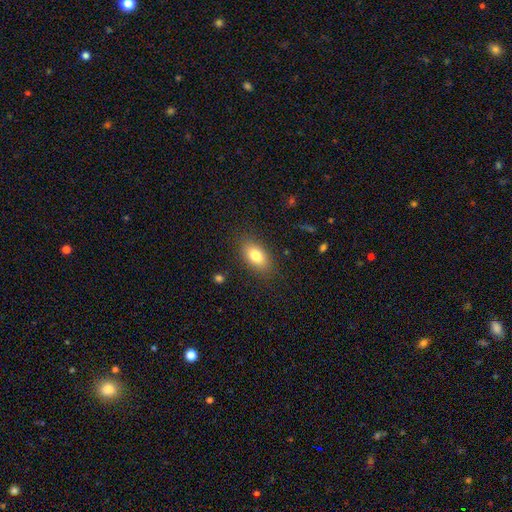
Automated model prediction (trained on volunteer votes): smooth_or_featured: smooth (p=0.80) [alt: featured or disk p=0.12]
how_rounded: in between (p=0.89) [alt: round p=0.07]
merging: none (p=0.84) [alt: minor disturbance p=0.11]